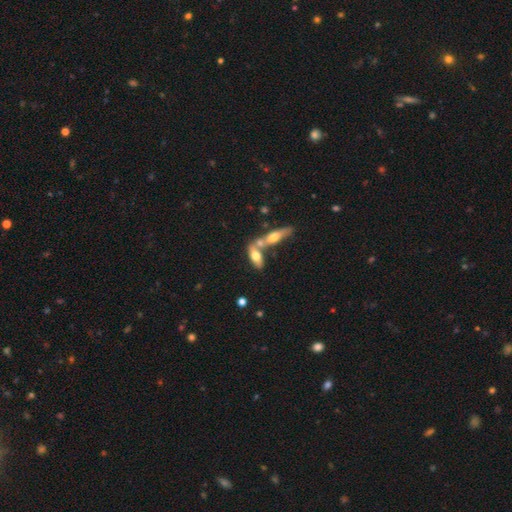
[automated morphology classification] type=smooth (56%); roundness=in between (64%); merging=merger (54%).